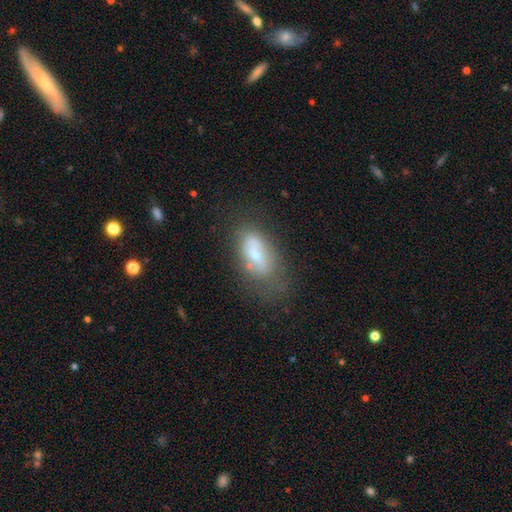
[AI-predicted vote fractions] This appears to be a featured or disk galaxy (45%, tied with smooth). Merging: none (52%).